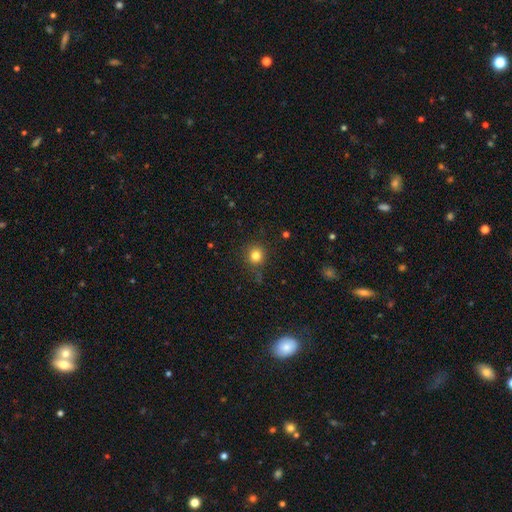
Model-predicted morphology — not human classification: Q: Smooth or featured?
A: smooth (81%); runner-up: star or artifact (13%)
Q: How rounded?
A: round (91%); runner-up: in between (8%)
Q: Merging?
A: none (84%); runner-up: minor disturbance (11%)